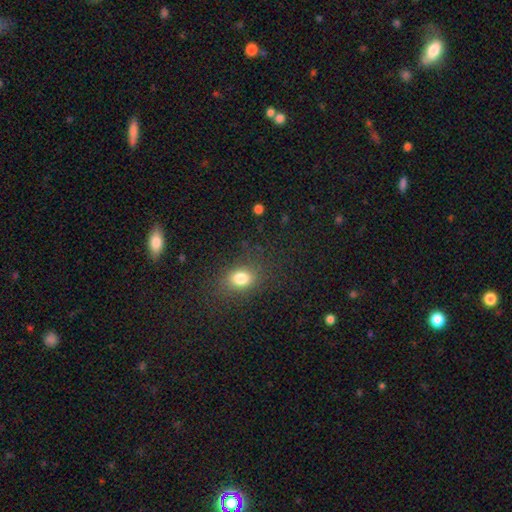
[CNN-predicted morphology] Q: Smooth or featured?
A: smooth (67%); runner-up: star or artifact (25%)
Q: How rounded?
A: in between (50%); runner-up: round (47%)
Q: Merging?
A: none (85%); runner-up: minor disturbance (10%)